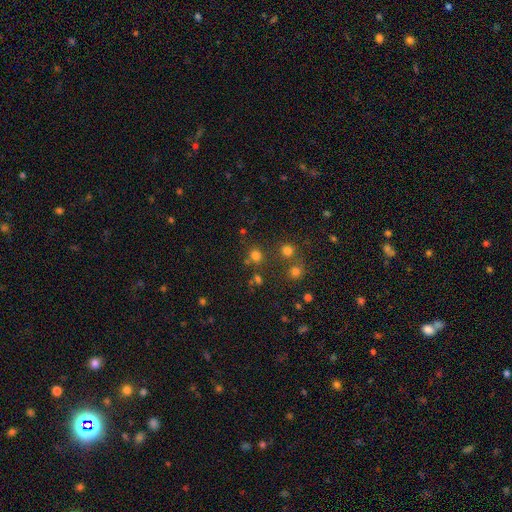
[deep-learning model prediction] Morphology: type=smooth (72%); roundness=round (81%); merging=none (71%).